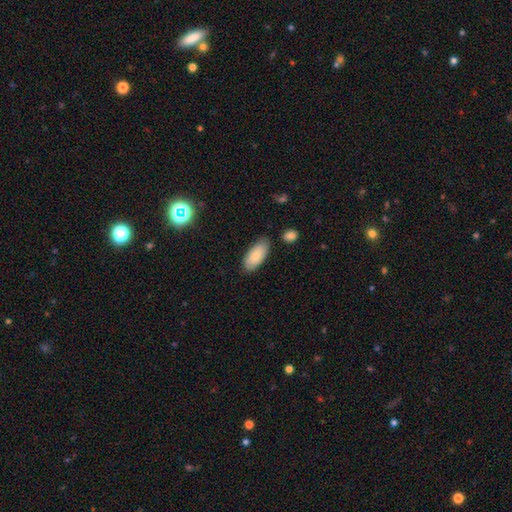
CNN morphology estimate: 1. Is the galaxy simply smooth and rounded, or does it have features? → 79% smooth, 14% featured or disk, 6% star or artifact.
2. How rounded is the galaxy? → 90% in between, 7% cigar-shaped, 2% round.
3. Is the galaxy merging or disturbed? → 77% none, 16% minor disturbance, 3% merger, 3% major disturbance.